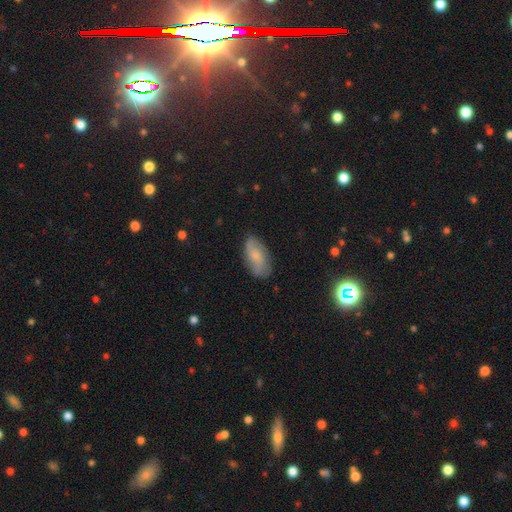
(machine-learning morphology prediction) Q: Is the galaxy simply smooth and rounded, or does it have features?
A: smooth — 49%.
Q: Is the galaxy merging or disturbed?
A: none — 77%.